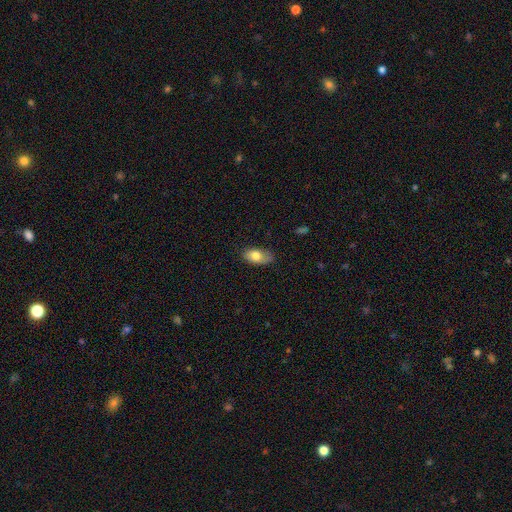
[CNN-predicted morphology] smooth-or-featured: smooth: 78% | featured or disk: 15% | star or artifact: 7%
  how-rounded: in between: 91% | round: 6% | cigar-shaped: 3%
  merging: none: 67% | minor disturbance: 26% | major disturbance: 6% | merger: 1%